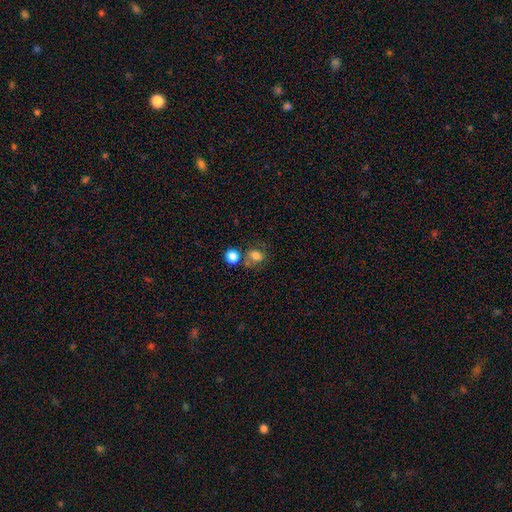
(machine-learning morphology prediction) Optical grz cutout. It shows a smooth galaxy with no disk features (73%) that is in between round and cigar-shaped (49%, tied with round). Merging: none (53%).